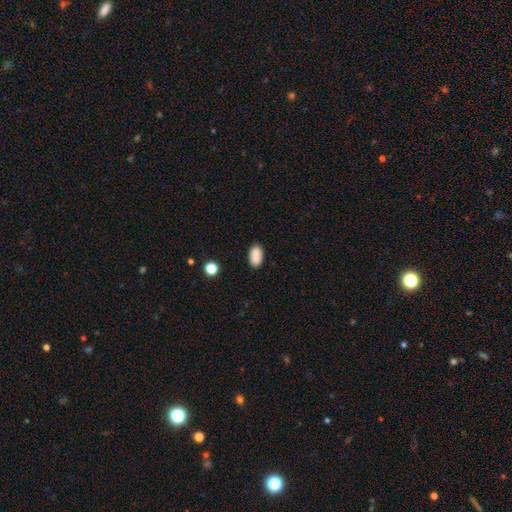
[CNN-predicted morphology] Smooth or featured: smooth — 89% (star or artifact — 8%)
How rounded: in between — 94% (round — 4%)
Merging: none — 88% (minor disturbance — 9%)